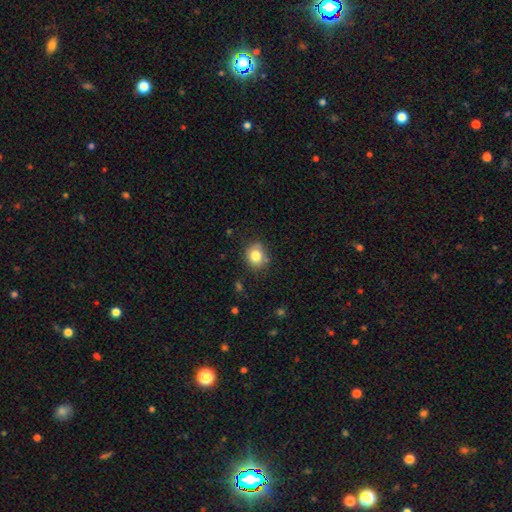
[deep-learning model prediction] Q: Smooth or featured?
A: smooth (80%); runner-up: star or artifact (11%)
Q: How rounded?
A: round (77%); runner-up: in between (22%)
Q: Merging?
A: none (77%); runner-up: minor disturbance (15%)